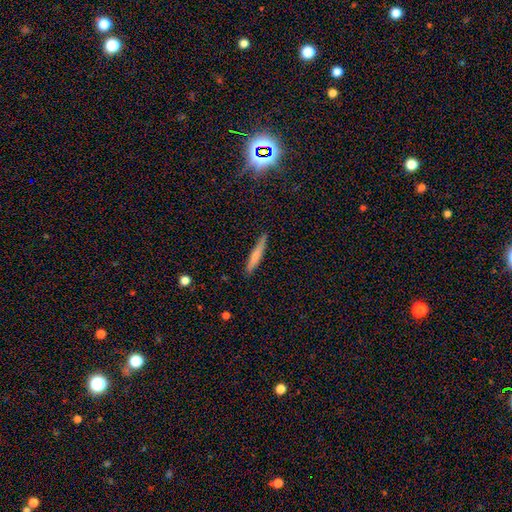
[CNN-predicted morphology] This is likely a smooth galaxy (68%). How rounded: clearly cigar-shaped (93%). Merging: clearly none (87%).